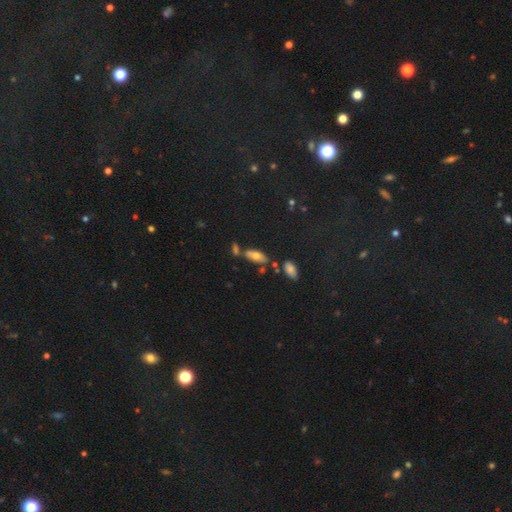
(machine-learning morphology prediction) A smooth galaxy with no disk features (63%) that is in between round and cigar-shaped (78%). Merging: none (63%).